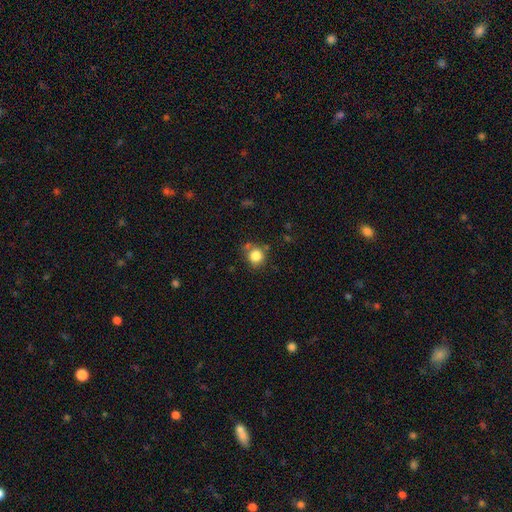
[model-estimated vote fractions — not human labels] Smooth or featured: smooth — 83% (star or artifact — 11%)
How rounded: round — 86% (in between — 13%)
Merging: none — 70% (minor disturbance — 17%)